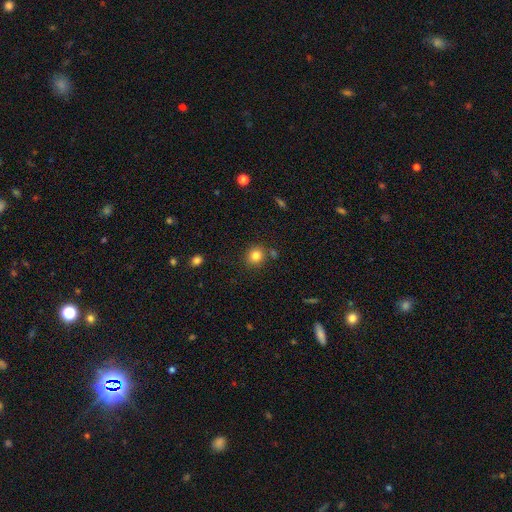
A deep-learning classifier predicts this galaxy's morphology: smooth 82%, star or artifact 11%, featured or disk 7%. Down the decision tree: how rounded — round (84%); merging — none (81%).